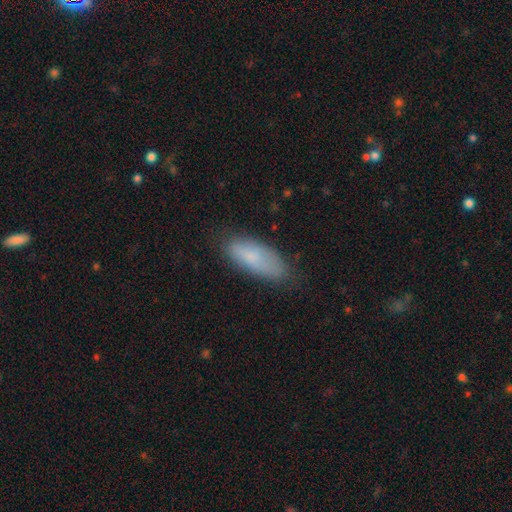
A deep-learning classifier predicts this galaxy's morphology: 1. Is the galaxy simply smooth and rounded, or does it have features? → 79% smooth, 15% featured or disk, 7% star or artifact.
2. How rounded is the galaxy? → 77% in between, 21% cigar-shaped, 2% round.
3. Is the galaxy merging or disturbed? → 72% none, 20% minor disturbance, 6% major disturbance, 2% merger.